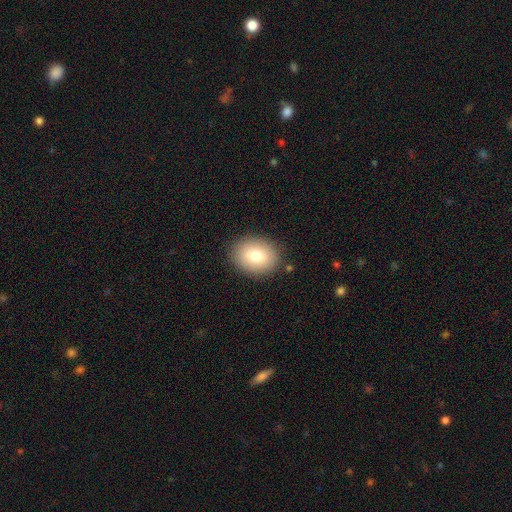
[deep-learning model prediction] Smooth or featured? smooth (80%)
How rounded? in between (64%)
Merging? none (87%)